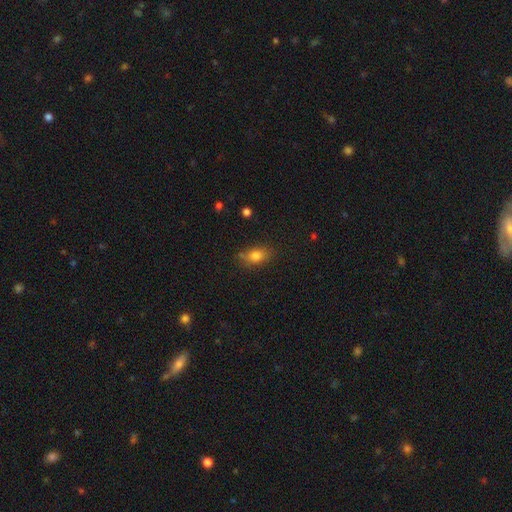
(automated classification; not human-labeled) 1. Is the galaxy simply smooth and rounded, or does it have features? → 80% smooth, 10% star or artifact, 9% featured or disk.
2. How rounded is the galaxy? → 76% in between, 21% round, 3% cigar-shaped.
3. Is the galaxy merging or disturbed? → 72% none, 19% minor disturbance, 5% major disturbance, 4% merger.